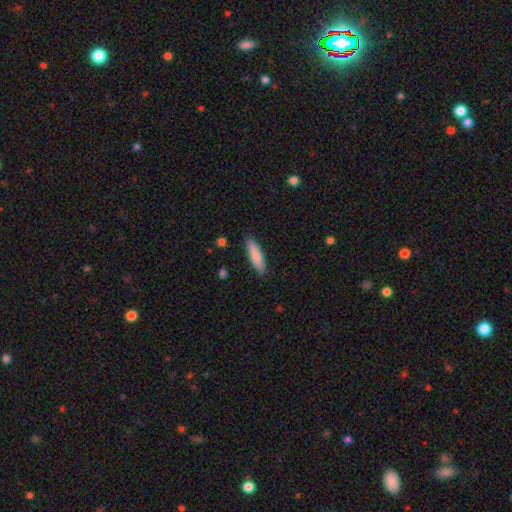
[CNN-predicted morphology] smooth 85%, featured or disk 10%, star or artifact 5%. Down the decision tree: how rounded — cigar-shaped (69%); merging — none (88%).